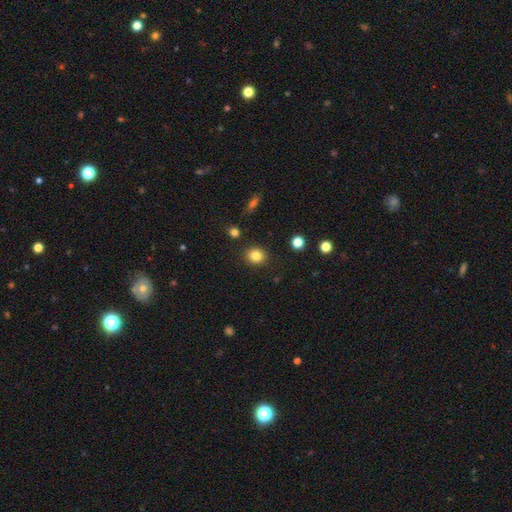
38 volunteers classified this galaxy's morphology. Volunteers were most divided on "how rounded": round: 59%, in between: 41%, cigar-shaped: 0%. More confident: smooth or featured — smooth (89%); merging — none (89%).